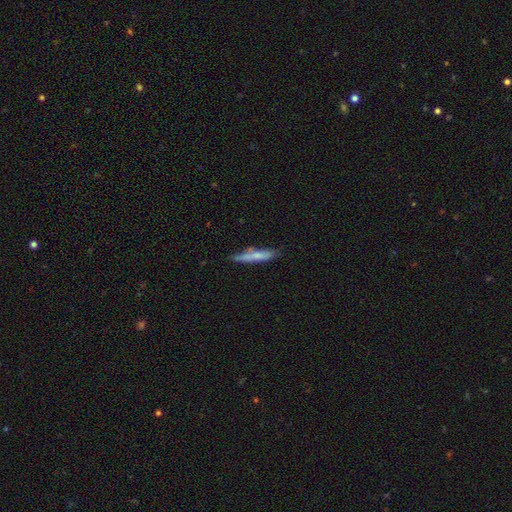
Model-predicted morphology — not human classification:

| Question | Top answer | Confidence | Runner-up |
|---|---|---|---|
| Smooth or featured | smooth | 61% | featured or disk (33%) |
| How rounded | cigar-shaped | 91% | in between (7%) |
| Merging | none | 72% | minor disturbance (20%) |